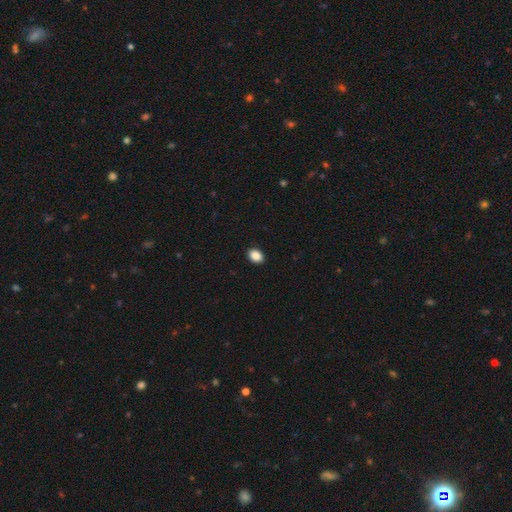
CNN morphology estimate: A smooth galaxy with no disk features (89%) that is in between round and cigar-shaped (70%).

Vote fractions:
- Smooth or featured? smooth: 89% / star or artifact: 8% / featured or disk: 3%
- How rounded? in between: 70% / round: 29% / cigar-shaped: 1%
- Merging? none: 92% / minor disturbance: 6% / major disturbance: 1% / merger: 1%